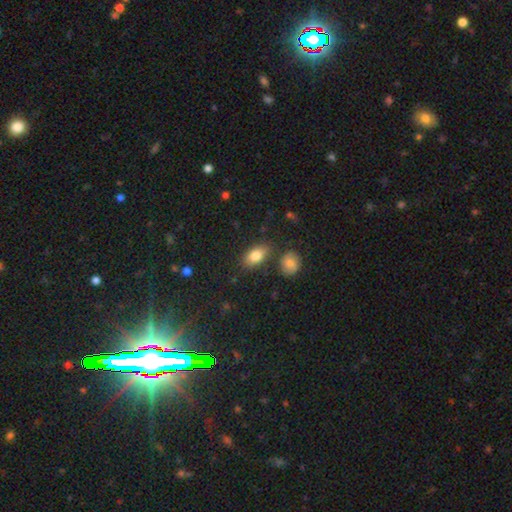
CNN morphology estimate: This is clearly a smooth galaxy (82%). How rounded: clearly in between (89%). Merging: likely none (78%).